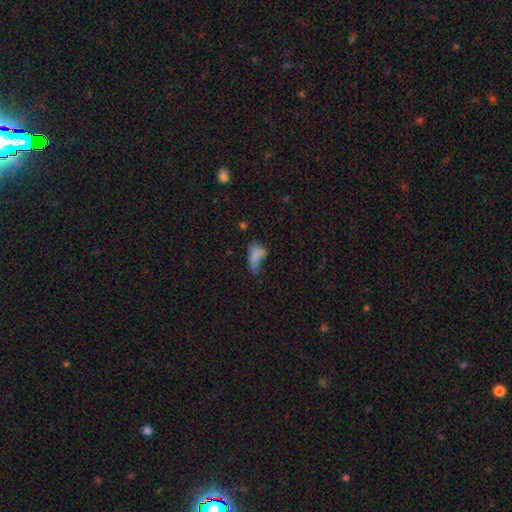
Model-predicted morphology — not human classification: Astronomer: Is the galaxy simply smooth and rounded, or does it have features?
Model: smooth — 73%.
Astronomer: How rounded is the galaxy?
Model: in between — 86%.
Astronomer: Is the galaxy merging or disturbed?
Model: major disturbance — 41% (runner-up: minor disturbance, 27%).